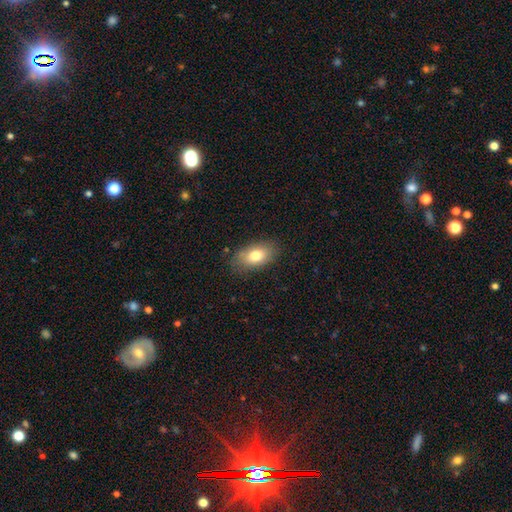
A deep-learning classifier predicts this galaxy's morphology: Smooth or featured?
  - smooth: 77% *
  - featured or disk: 15%
  - star or artifact: 8%
How rounded?
  - in between: 90% *
  - round: 7%
  - cigar-shaped: 3%
Merging?
  - none: 82% *
  - minor disturbance: 14%
  - major disturbance: 3%
  - merger: 1%